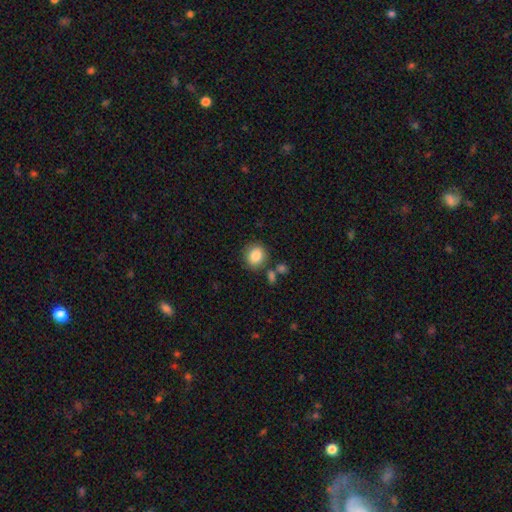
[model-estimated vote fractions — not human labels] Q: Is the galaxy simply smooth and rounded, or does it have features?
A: smooth — 84%.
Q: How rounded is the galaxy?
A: round — 79%.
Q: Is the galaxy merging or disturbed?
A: none — 79%.